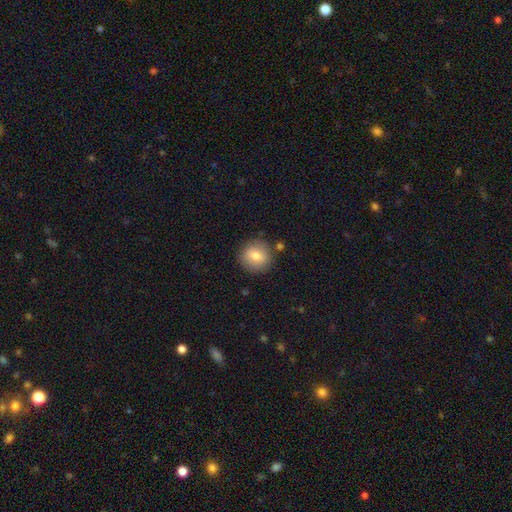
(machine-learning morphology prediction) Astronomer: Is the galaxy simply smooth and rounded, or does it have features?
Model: smooth — 78%.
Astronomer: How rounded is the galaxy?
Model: round — 91%.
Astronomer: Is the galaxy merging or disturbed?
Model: none — 86%.